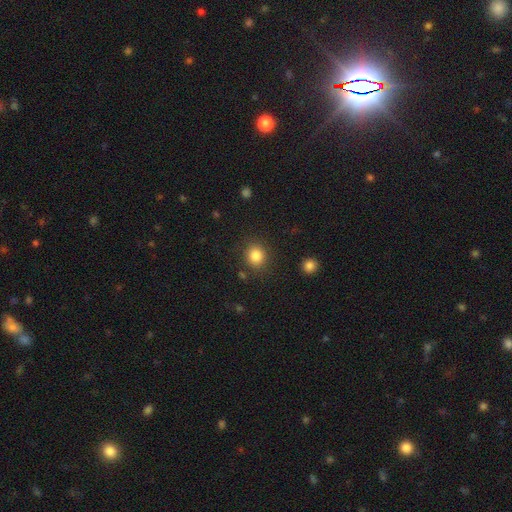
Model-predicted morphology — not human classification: Smooth or featured? Predicted: smooth (p=0.85). How rounded? Predicted: round (p=0.81). Merging? Predicted: none (p=0.86).